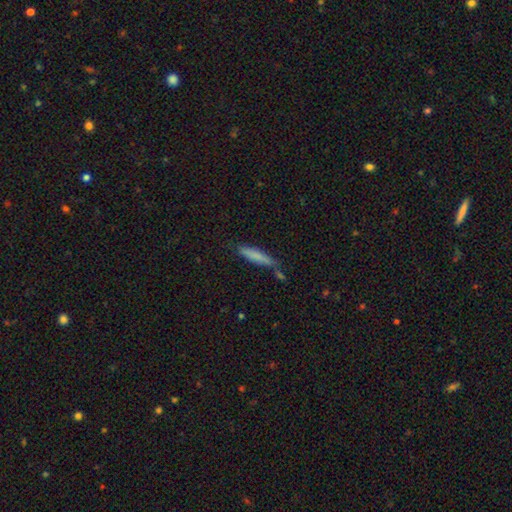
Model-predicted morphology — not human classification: A smooth galaxy with no disk features (76%) that is cigar-shaped (86%).

Vote fractions:
- Smooth or featured? smooth: 76% / featured or disk: 16% / star or artifact: 7%
- How rounded? cigar-shaped: 86% / in between: 12% / round: 2%
- Merging? none: 65% / minor disturbance: 20% / merger: 10% / major disturbance: 5%